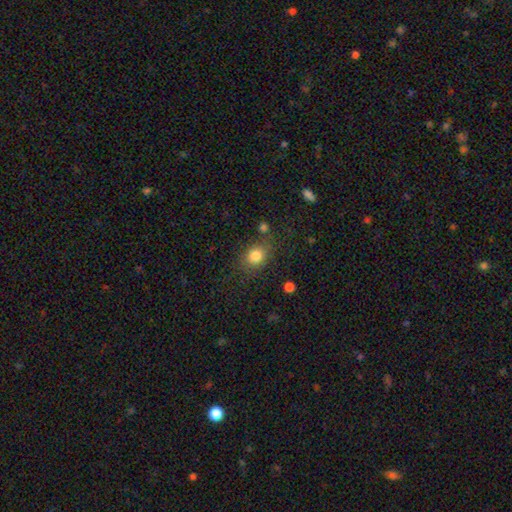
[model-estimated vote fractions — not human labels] A smooth galaxy with no disk features (82%) that is round (59%). Merging: none (73%).